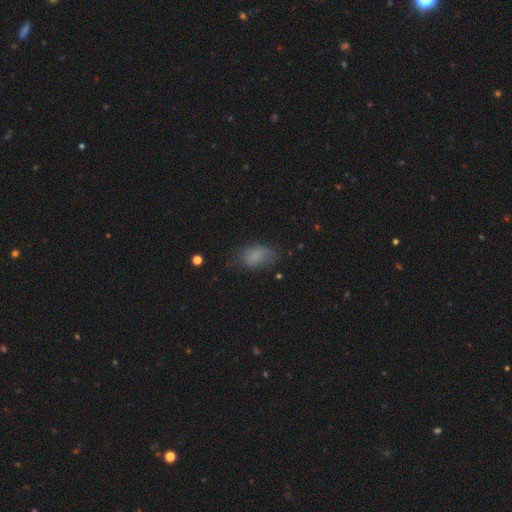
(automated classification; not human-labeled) Smooth or featured? Predicted: smooth (p=0.79). How rounded? Predicted: in between (p=0.90). Merging? Predicted: none (p=0.63).